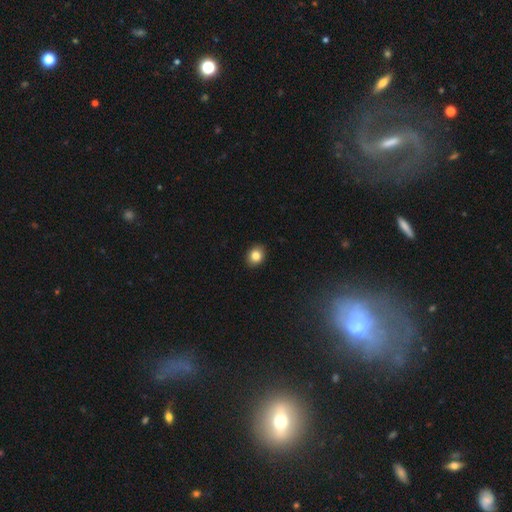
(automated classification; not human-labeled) smooth 83%, star or artifact 9%, featured or disk 7%. Down the decision tree: how rounded — in between (54%); merging — none (90%).